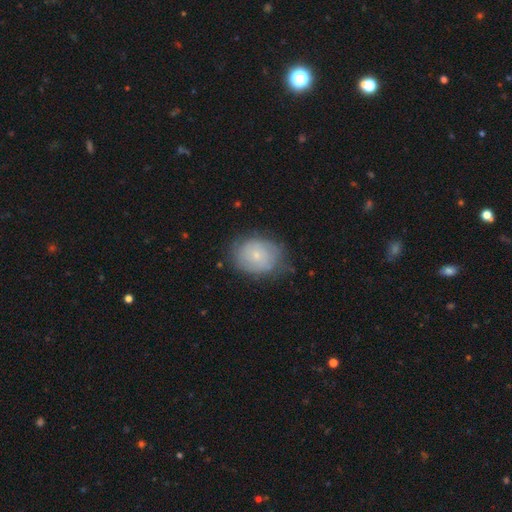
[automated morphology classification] Smooth or featured?
  - smooth: 53% *
  - featured or disk: 39%
  - star or artifact: 8%
How rounded?
  - round: 50% *
  - in between: 49%
  - cigar-shaped: 1%
Merging?
  - none: 68% *
  - minor disturbance: 23%
  - major disturbance: 8%
  - merger: 1%